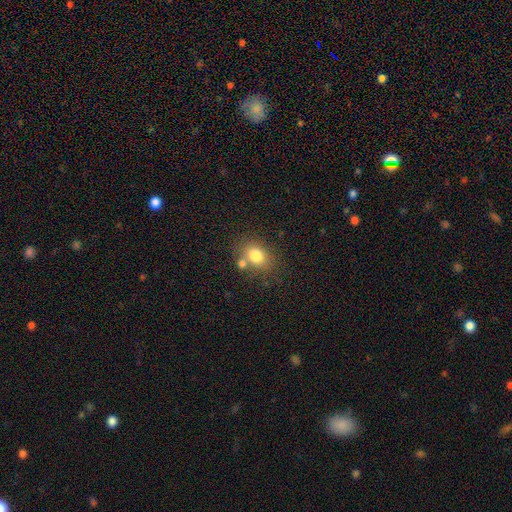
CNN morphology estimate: The model was most divided on "how rounded": in between: 64%, round: 35%, cigar-shaped: 1%. More confident: smooth or featured — smooth (79%); merging — none (61%).